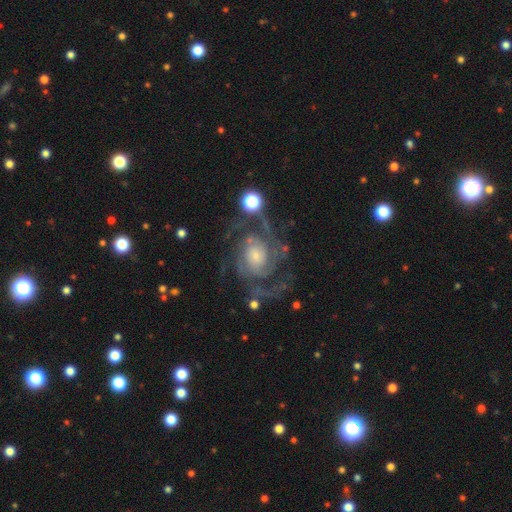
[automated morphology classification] A featured or disk galaxy (89%) with no bar (70%), 2 (37%) tight (48%) spiral arms (97%) and a small central bulge (53%). Merging: none (65%).